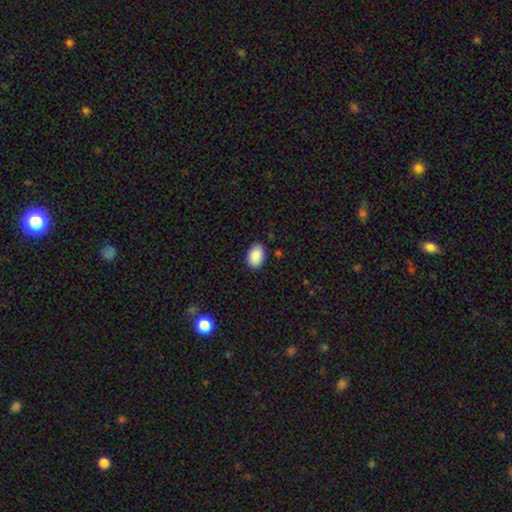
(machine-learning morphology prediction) smooth_or_featured: smooth (p=0.90) [alt: star or artifact p=0.07]
how_rounded: in between (p=0.86) [alt: round p=0.13]
merging: none (p=0.87) [alt: minor disturbance p=0.10]